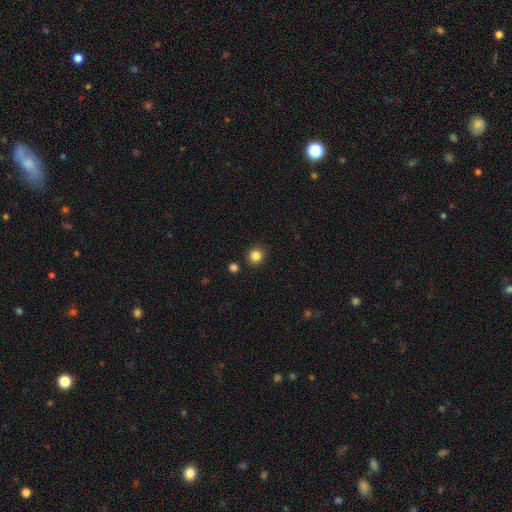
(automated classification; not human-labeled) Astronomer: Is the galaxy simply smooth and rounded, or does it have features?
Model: smooth — 85%.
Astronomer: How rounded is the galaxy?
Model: round — 92%.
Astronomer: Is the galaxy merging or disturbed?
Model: none — 89%.